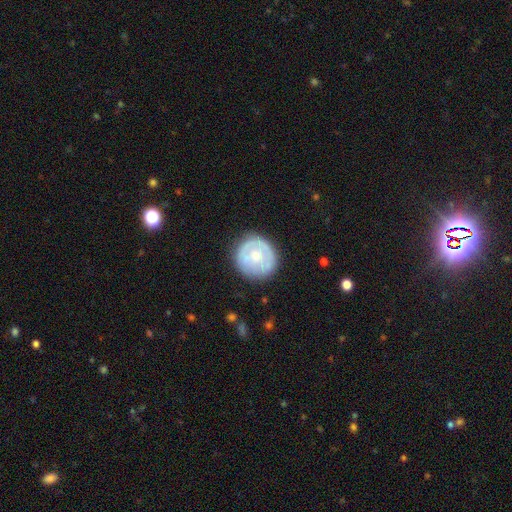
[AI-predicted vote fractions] A smooth galaxy with no disk features (49%). Merging: none (79%).